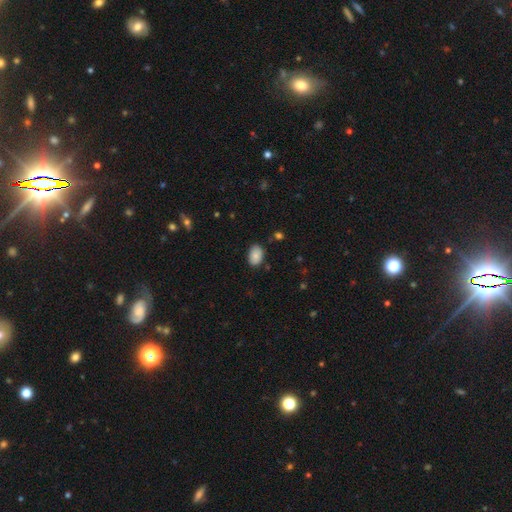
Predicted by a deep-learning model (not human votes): Smooth or featured: smooth — 83% (featured or disk — 9%)
How rounded: in between — 87% (round — 12%)
Merging: none — 79% (minor disturbance — 17%)